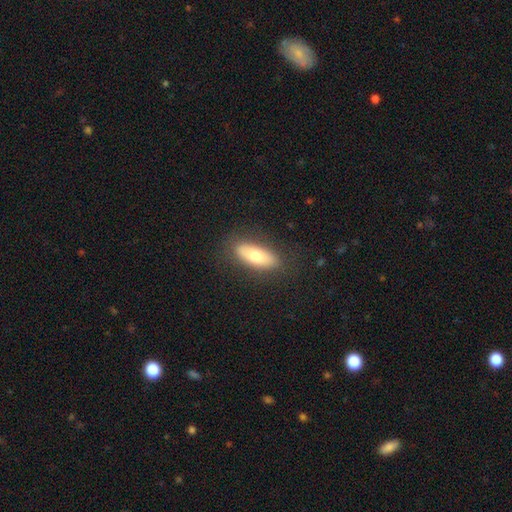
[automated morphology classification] smooth_or_featured: smooth (p=0.70) [alt: featured or disk p=0.23]
how_rounded: in between (p=0.67) [alt: cigar-shaped p=0.31]
merging: none (p=0.85) [alt: minor disturbance p=0.11]